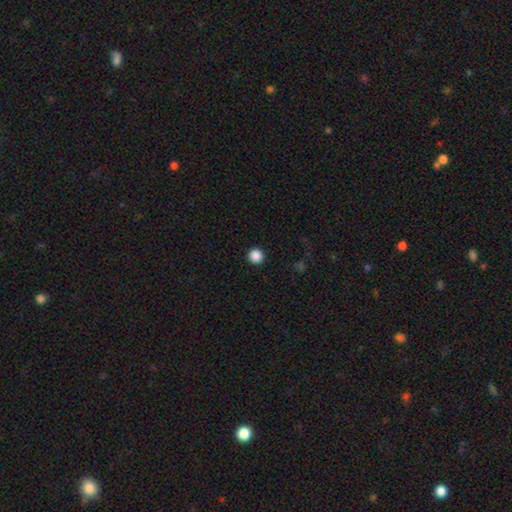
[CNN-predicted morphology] Smooth or featured: smooth — 88% (star or artifact — 10%)
How rounded: round — 96% (in between — 3%)
Merging: none — 93% (minor disturbance — 4%)